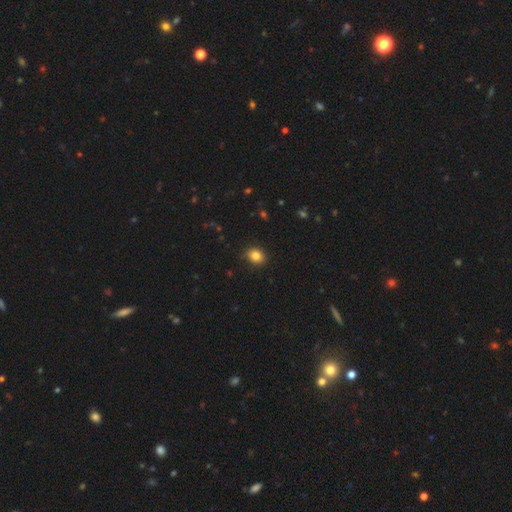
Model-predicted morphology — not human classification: Smooth or featured? Predicted: smooth (p=0.84). How rounded? Predicted: round (p=0.57). Merging? Predicted: none (p=0.86).